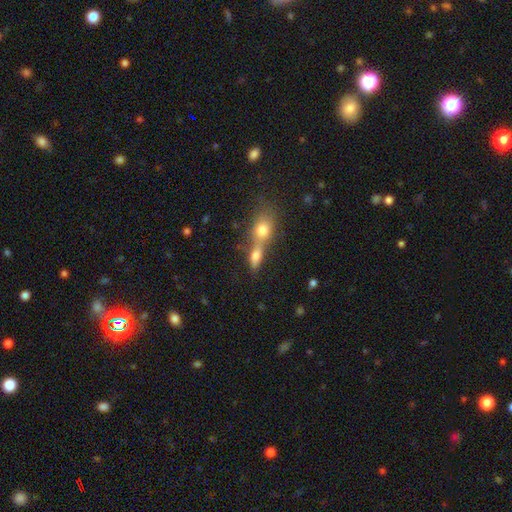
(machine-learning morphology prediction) Overall: smooth (72%). How rounded: in between (67%). Merging: merger (60%; none 28%).